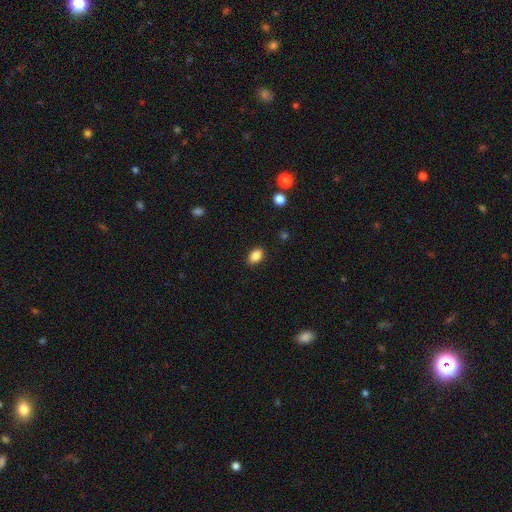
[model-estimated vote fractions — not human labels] Q: Smooth or featured?
A: smooth (87%); runner-up: star or artifact (9%)
Q: How rounded?
A: in between (83%); runner-up: round (16%)
Q: Merging?
A: none (87%); runner-up: minor disturbance (9%)